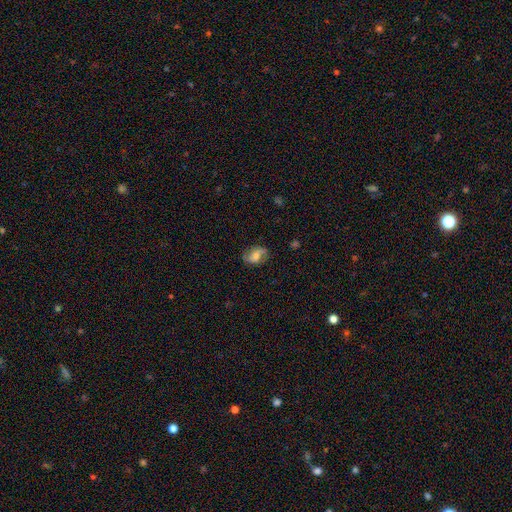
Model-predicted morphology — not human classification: type=featured or disk (49%); merging=none (73%).